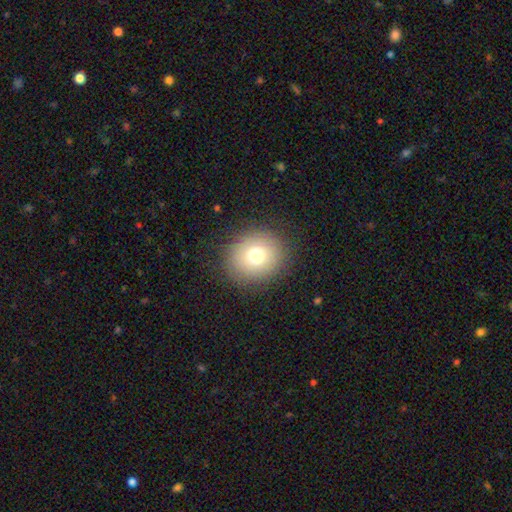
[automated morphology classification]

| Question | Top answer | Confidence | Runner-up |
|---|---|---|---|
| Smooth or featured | smooth | 73% | star or artifact (14%) |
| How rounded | round | 84% | in between (15%) |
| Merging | none | 87% | minor disturbance (8%) |